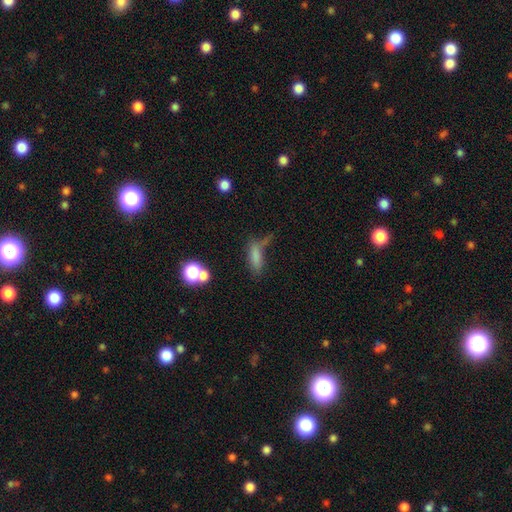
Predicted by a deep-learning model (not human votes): Smooth or featured?
  - smooth: 71% *
  - featured or disk: 15%
  - star or artifact: 14%
How rounded?
  - in between: 54% *
  - cigar-shaped: 41%
  - round: 5%
Merging?
  - none: 37% *
  - minor disturbance: 24%
  - major disturbance: 24%
  - merger: 15%